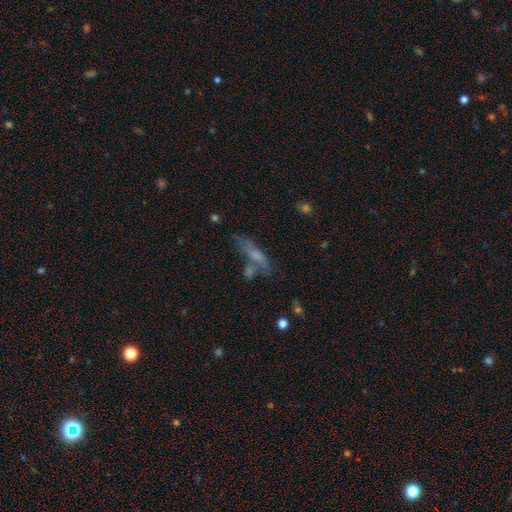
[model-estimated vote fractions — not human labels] Smooth or featured? smooth (54%)
How rounded? cigar-shaped (67%)
Merging? none (47%)